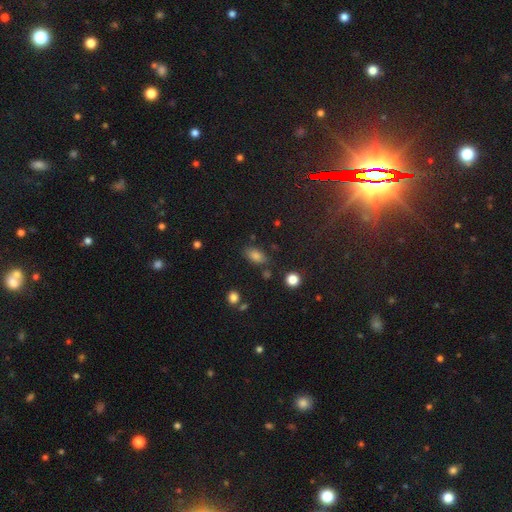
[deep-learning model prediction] A smooth galaxy with no disk features (80%) that is in between round and cigar-shaped (88%). Merging: none (77%).